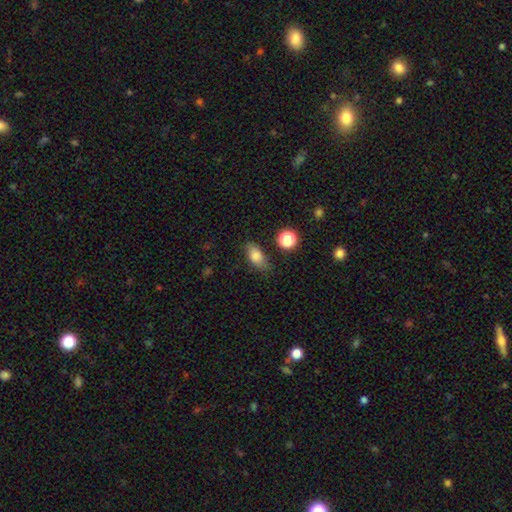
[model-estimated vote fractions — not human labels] Smooth or featured: smooth — 79% (featured or disk — 11%)
How rounded: in between — 82% (round — 9%)
Merging: none — 74% (minor disturbance — 19%)